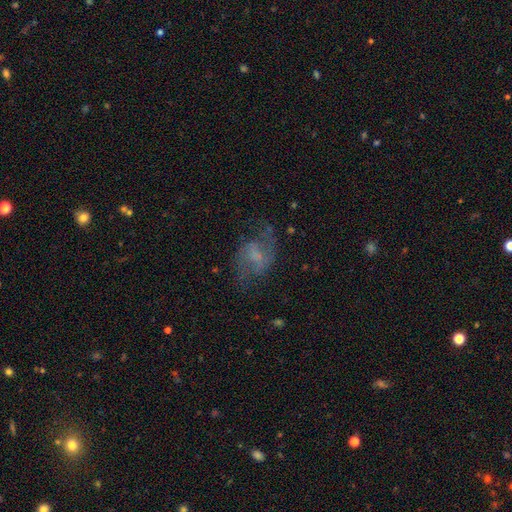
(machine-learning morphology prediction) The model was most divided on "bulge size": small: 37%, none: 35%, moderate: 22%, large: 5%, dominant: 1%. Remaining: edge-on disk — no (97%); spiral arms — yes (85%); spiral arm count — 2 (85%); smooth or featured — featured or disk (67%); merging — none (60%); spiral winding — loose (49%); bar — weak (49%).